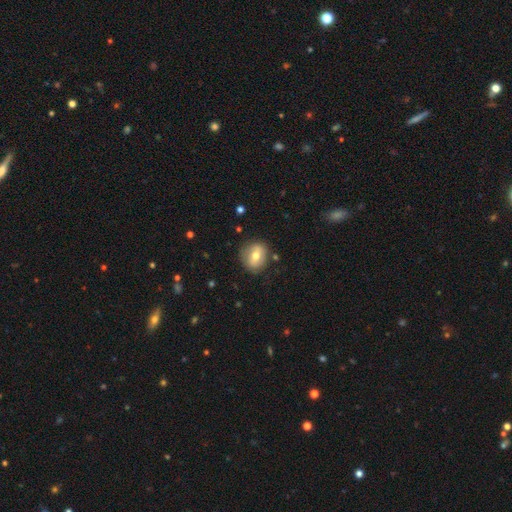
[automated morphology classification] Smooth or featured? Predicted: smooth (p=0.63). How rounded? Predicted: round (p=0.67). Merging? Predicted: none (p=0.80).